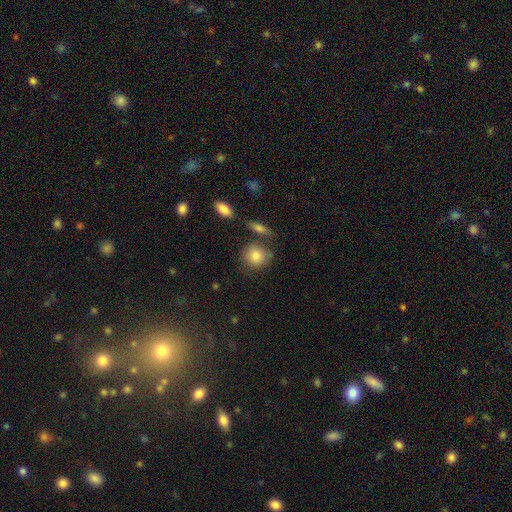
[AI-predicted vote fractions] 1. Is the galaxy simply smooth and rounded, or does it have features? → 85% smooth, 8% featured or disk, 7% star or artifact.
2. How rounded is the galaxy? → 76% round, 22% in between, 2% cigar-shaped.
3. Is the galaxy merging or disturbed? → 70% none, 15% minor disturbance, 10% merger, 5% major disturbance.